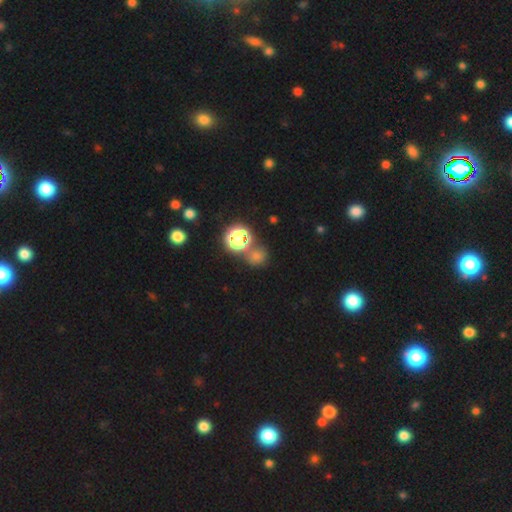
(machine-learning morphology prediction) smooth-or-featured: smooth: 53% | star or artifact: 39% | featured or disk: 7%
  how-rounded: round: 82% | in between: 16% | cigar-shaped: 1%
  merging: none: 68% | merger: 19% | minor disturbance: 9% | major disturbance: 4%